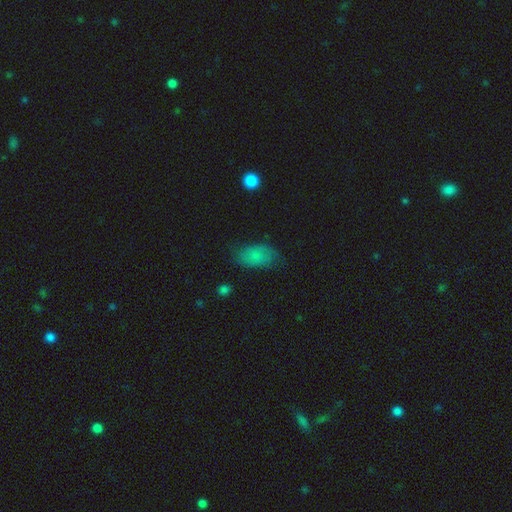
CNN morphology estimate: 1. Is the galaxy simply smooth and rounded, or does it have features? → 74% smooth, 16% featured or disk, 10% star or artifact.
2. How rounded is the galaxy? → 92% in between, 6% round, 2% cigar-shaped.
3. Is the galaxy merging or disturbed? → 70% none, 22% minor disturbance, 7% major disturbance, 2% merger.